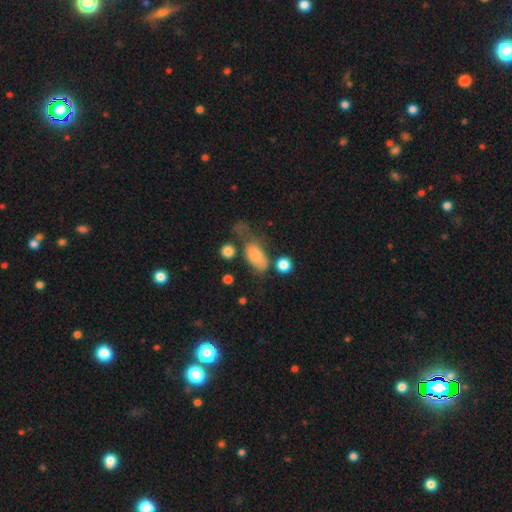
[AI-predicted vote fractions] Q: Smooth or featured?
A: smooth (77%); runner-up: featured or disk (15%)
Q: How rounded?
A: in between (88%); runner-up: round (7%)
Q: Merging?
A: major disturbance (31%); runner-up: none (30%)